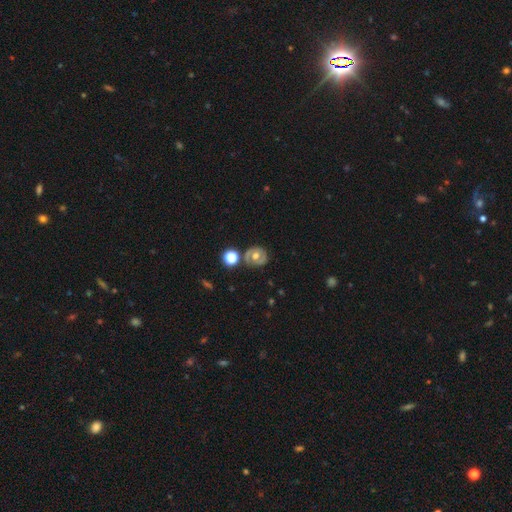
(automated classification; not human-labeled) Smooth or featured? Predicted: featured or disk (p=0.57). Edge-on disk? Predicted: no (p=0.96). Bar? Predicted: no (p=0.74). Spiral arms? Predicted: yes (p=0.51). Bulge size? Predicted: moderate (p=0.74). Merging? Predicted: none (p=0.76).